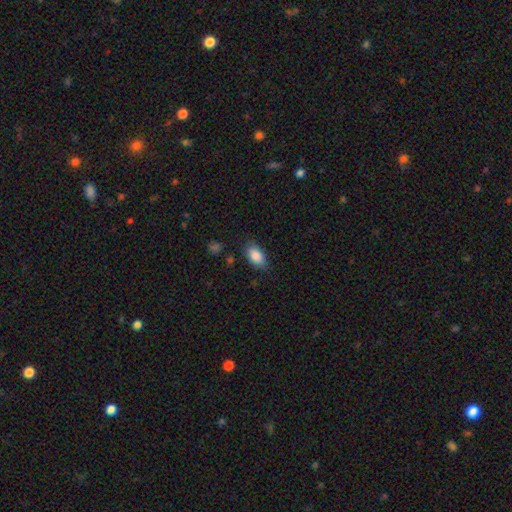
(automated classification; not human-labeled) Q: Smooth or featured?
A: smooth (87%); runner-up: star or artifact (7%)
Q: How rounded?
A: in between (91%); runner-up: round (6%)
Q: Merging?
A: none (79%); runner-up: minor disturbance (16%)